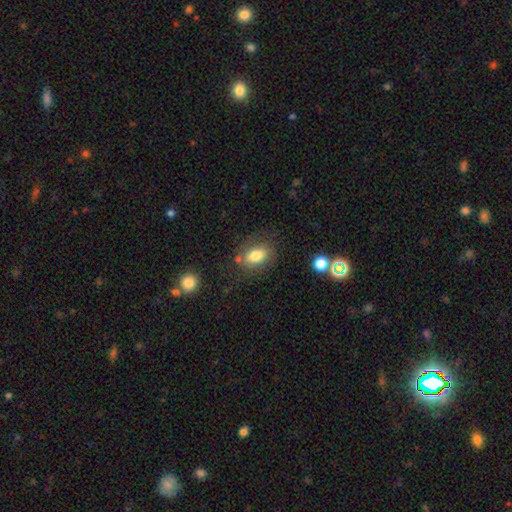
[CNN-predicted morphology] Overall: smooth (79%). How rounded: in between (83%). Merging: none (73%).